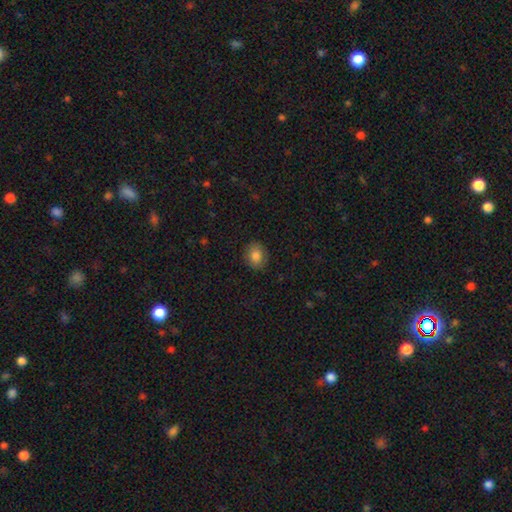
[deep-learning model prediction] Smooth or featured? Predicted: smooth (p=0.83). How rounded? Predicted: round (p=0.51). Merging? Predicted: none (p=0.87).